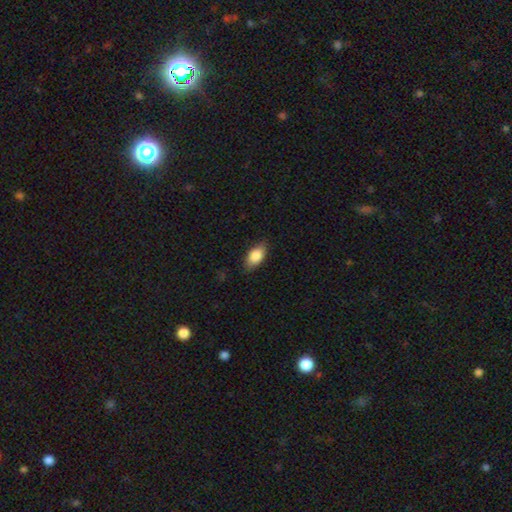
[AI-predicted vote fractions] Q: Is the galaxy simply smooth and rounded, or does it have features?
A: smooth — 85%.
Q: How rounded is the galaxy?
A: in between — 90%.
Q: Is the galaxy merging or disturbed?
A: none — 84%.